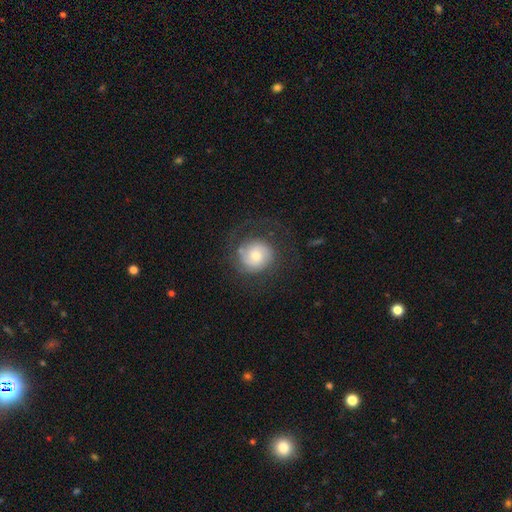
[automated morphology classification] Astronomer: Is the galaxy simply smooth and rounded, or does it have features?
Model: featured or disk — 55% (runner-up: smooth, 37%).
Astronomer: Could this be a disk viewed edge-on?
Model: no — 98%.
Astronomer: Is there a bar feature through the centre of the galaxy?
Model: no — 73%.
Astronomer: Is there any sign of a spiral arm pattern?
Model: yes — 84%.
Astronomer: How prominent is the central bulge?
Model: moderate — 51% (runner-up: small, 37%).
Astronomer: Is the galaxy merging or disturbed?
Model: none — 67%.